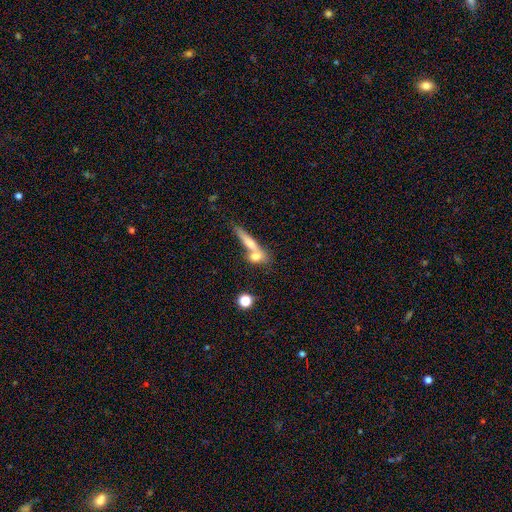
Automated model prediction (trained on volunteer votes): Smooth or featured? Predicted: smooth (p=0.67). How rounded? Predicted: cigar-shaped (p=0.44). Merging? Predicted: merger (p=0.51).